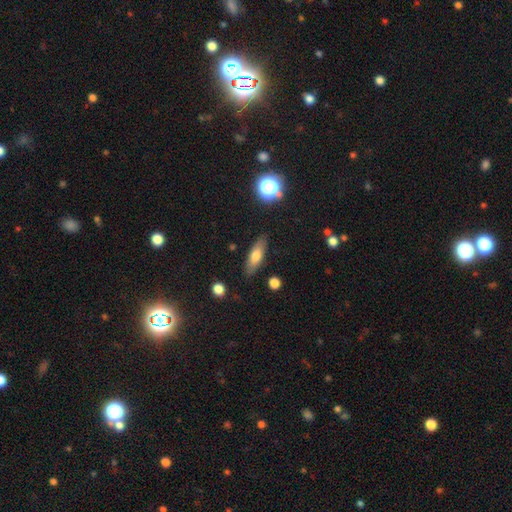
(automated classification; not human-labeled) Q: Smooth or featured?
A: smooth (66%); runner-up: featured or disk (26%)
Q: How rounded?
A: in between (53%); runner-up: cigar-shaped (43%)
Q: Merging?
A: none (85%); runner-up: minor disturbance (11%)